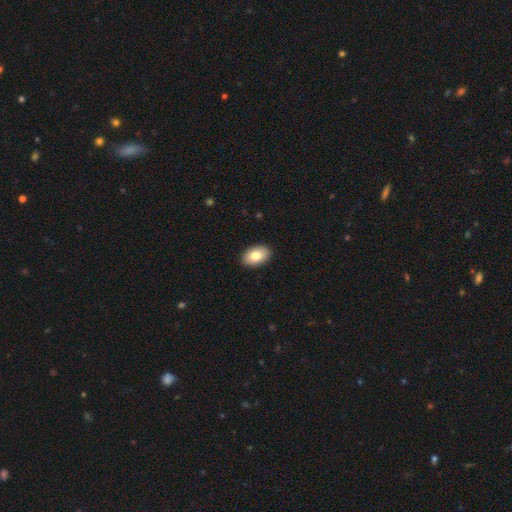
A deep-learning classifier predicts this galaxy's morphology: A smooth galaxy with no disk features (83%) that is in between round and cigar-shaped (92%).

Vote fractions:
- Smooth or featured? smooth: 83% / featured or disk: 10% / star or artifact: 7%
- How rounded? in between: 92% / round: 7% / cigar-shaped: 1%
- Merging? none: 90% / minor disturbance: 7% / major disturbance: 2% / merger: 1%